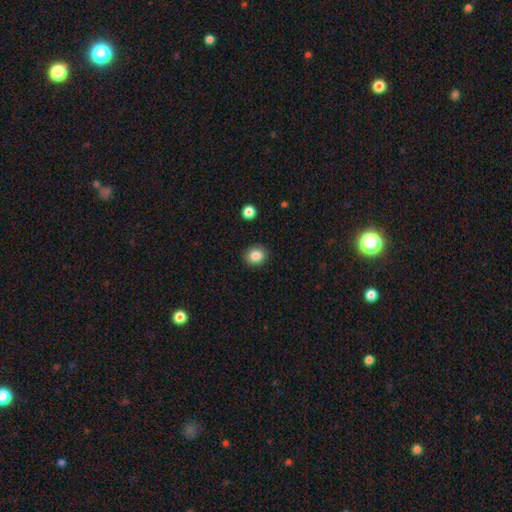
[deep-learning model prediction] Smooth or featured? Predicted: smooth (p=0.85). How rounded? Predicted: round (p=0.75). Merging? Predicted: none (p=0.91).